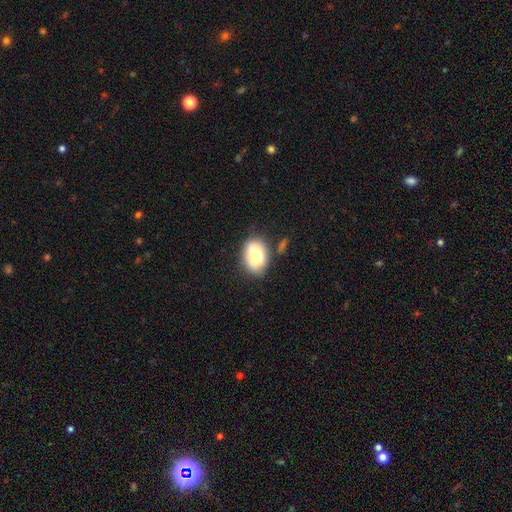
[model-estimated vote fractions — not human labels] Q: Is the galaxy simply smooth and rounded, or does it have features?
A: smooth — 81%.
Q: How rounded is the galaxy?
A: in between — 82%.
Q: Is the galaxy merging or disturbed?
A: none — 62%.